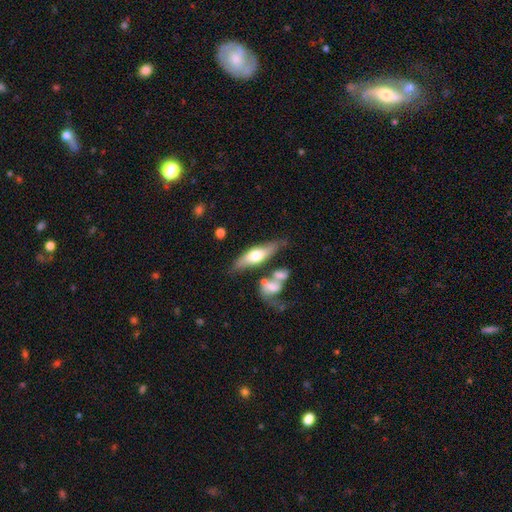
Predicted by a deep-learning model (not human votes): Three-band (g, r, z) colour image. It shows a featured or disk galaxy (47%, tied with smooth). Merging: none (63%).